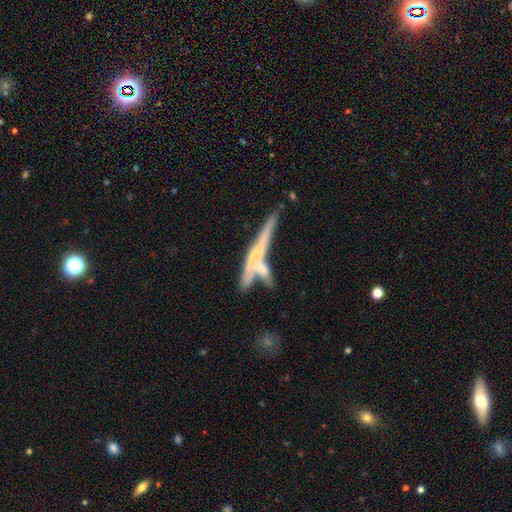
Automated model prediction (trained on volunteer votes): This appears to be a featured or disk galaxy (60%) viewed edge-on (82%). Merging: merger (41%).